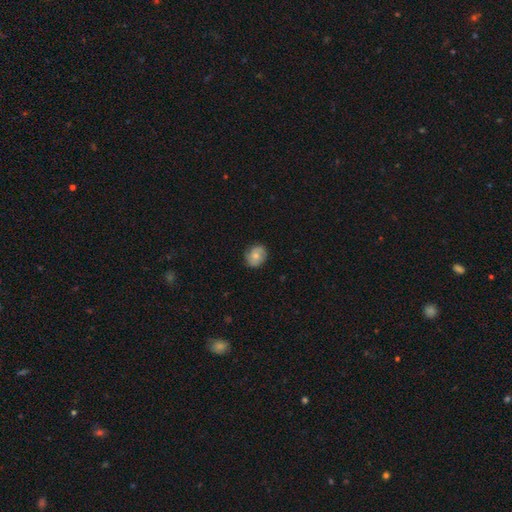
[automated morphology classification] Smooth or featured? smooth (57%)
How rounded? round (68%)
Merging? none (80%)